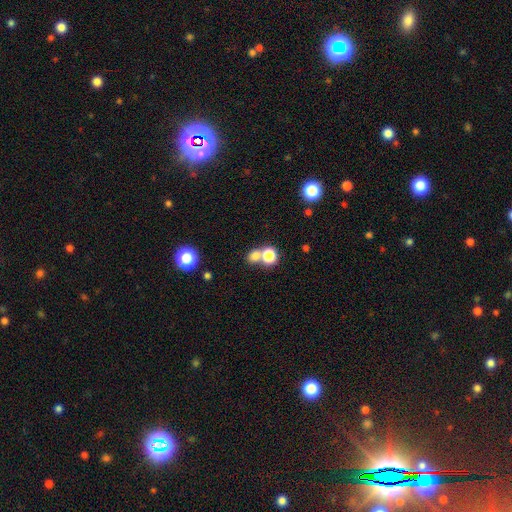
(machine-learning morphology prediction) Smooth or featured?
  - smooth: 76% *
  - star or artifact: 15%
  - featured or disk: 9%
How rounded?
  - round: 67% *
  - in between: 32%
  - cigar-shaped: 1%
Merging?
  - merger: 47% *
  - none: 43%
  - minor disturbance: 7%
  - major disturbance: 4%